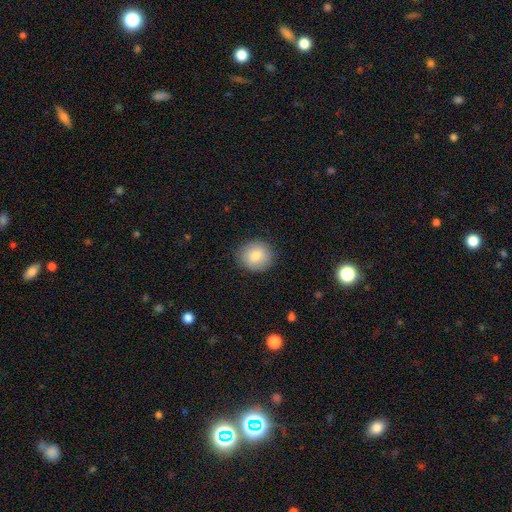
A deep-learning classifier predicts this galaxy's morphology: Q: Smooth or featured?
A: smooth (84%); runner-up: featured or disk (8%)
Q: How rounded?
A: round (84%); runner-up: in between (15%)
Q: Merging?
A: none (88%); runner-up: minor disturbance (9%)